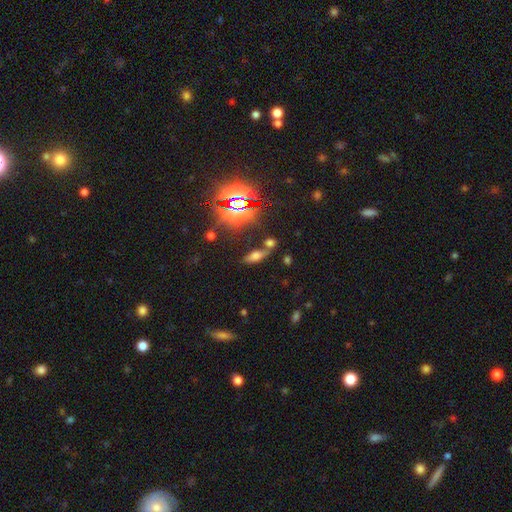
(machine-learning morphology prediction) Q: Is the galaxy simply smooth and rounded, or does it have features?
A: smooth — 51%.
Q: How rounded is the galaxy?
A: in between — 64%.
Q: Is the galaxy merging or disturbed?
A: none — 63%.